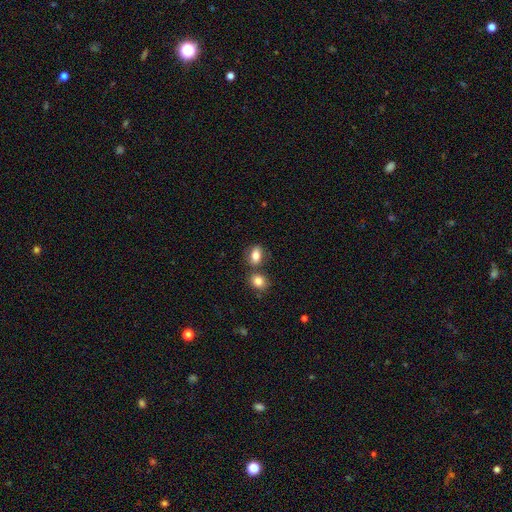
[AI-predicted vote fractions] A smooth galaxy with no disk features (81%) that is in between round and cigar-shaped (79%). Merging: none (61%).